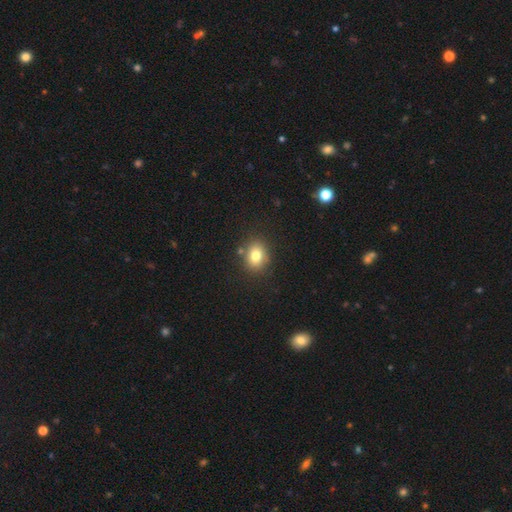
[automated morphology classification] The model was most divided on "how rounded": round: 53%, in between: 46%, cigar-shaped: 1%. More confident: merging — none (80%); smooth or featured — smooth (80%).